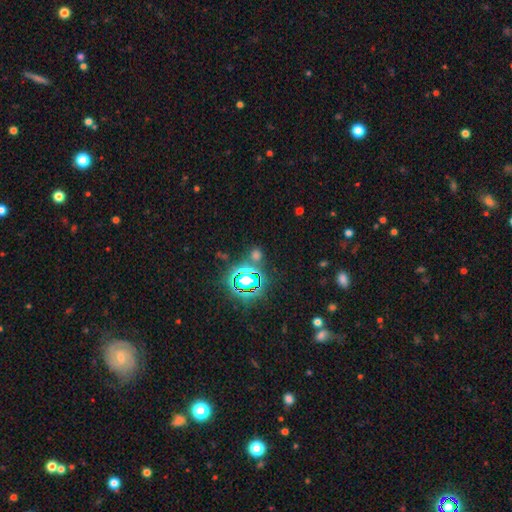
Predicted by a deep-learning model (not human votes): A star or artifact, not a galaxy (50%).